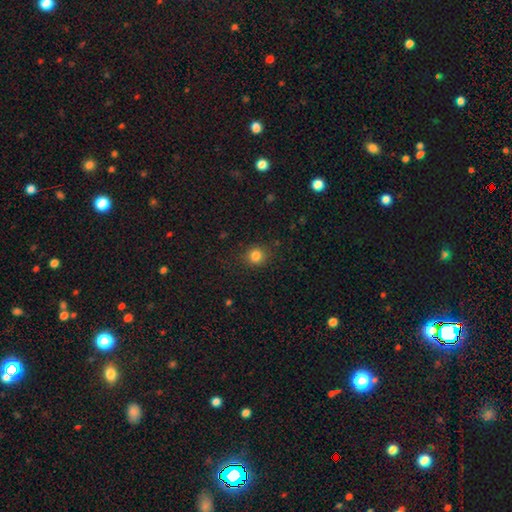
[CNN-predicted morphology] Smooth or featured?
  - smooth: 83% *
  - star or artifact: 12%
  - featured or disk: 5%
How rounded?
  - round: 87% *
  - in between: 12%
  - cigar-shaped: 1%
Merging?
  - none: 87% *
  - minor disturbance: 9%
  - major disturbance: 3%
  - merger: 1%